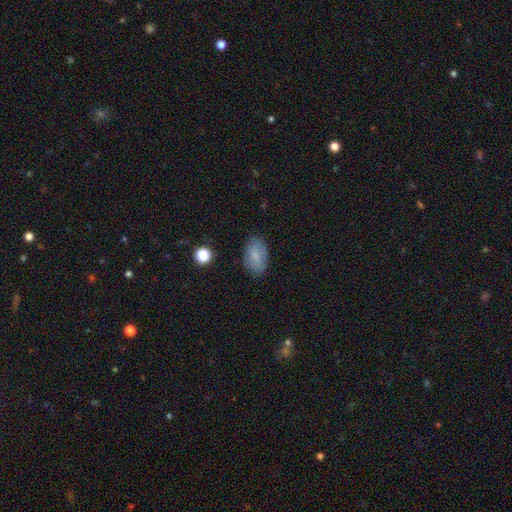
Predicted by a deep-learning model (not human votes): Q: Smooth or featured?
A: smooth (79%); runner-up: featured or disk (13%)
Q: How rounded?
A: in between (92%); runner-up: round (6%)
Q: Merging?
A: none (81%); runner-up: minor disturbance (14%)